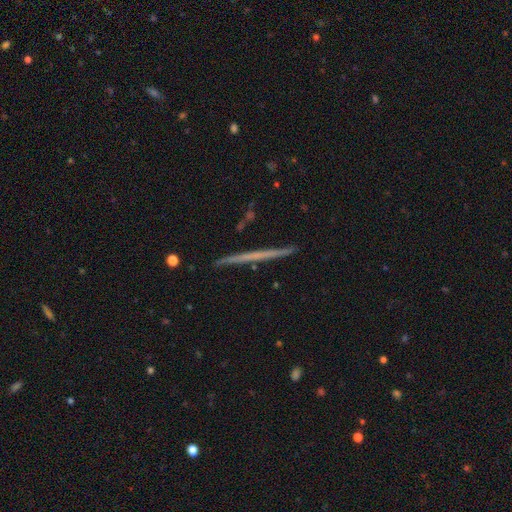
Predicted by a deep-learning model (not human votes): Morphology: type=featured or disk (60%); edge-on=yes (97%); edge-on bulge=none (87%); merging=none (91%).